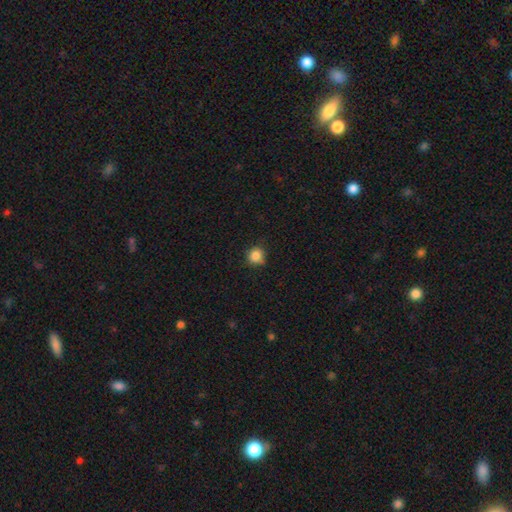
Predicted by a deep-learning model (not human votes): Q: Smooth or featured?
A: smooth (85%); runner-up: star or artifact (11%)
Q: How rounded?
A: round (90%); runner-up: in between (9%)
Q: Merging?
A: none (76%); runner-up: minor disturbance (19%)